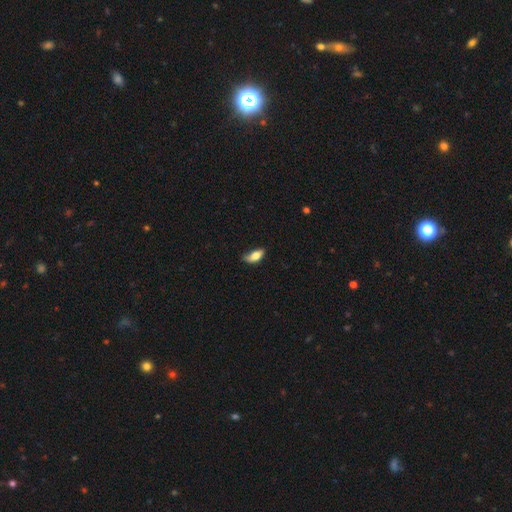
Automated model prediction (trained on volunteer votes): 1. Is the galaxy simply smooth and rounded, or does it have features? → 75% smooth, 18% featured or disk, 7% star or artifact.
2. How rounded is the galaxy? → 85% in between, 11% cigar-shaped, 4% round.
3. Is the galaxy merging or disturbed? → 47% none, 39% minor disturbance, 11% major disturbance, 3% merger.